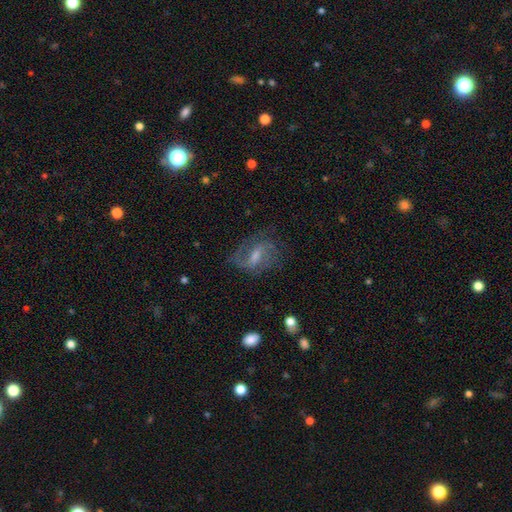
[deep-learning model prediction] Morphology: type=featured or disk (74%); edge-on=no (95%); bar=weak (53%); spiral arms=yes (91%); winding=medium (47%); arm count=2 (61%); bulge=moderate (43%); merging=none (68%).